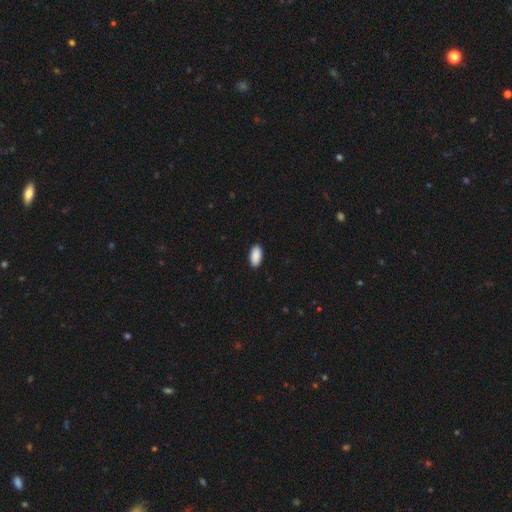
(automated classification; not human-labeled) smooth-or-featured: smooth: 91% | star or artifact: 6% | featured or disk: 3%
  how-rounded: in between: 94% | cigar-shaped: 3% | round: 2%
  merging: none: 91% | minor disturbance: 7% | major disturbance: 2% | merger: 1%